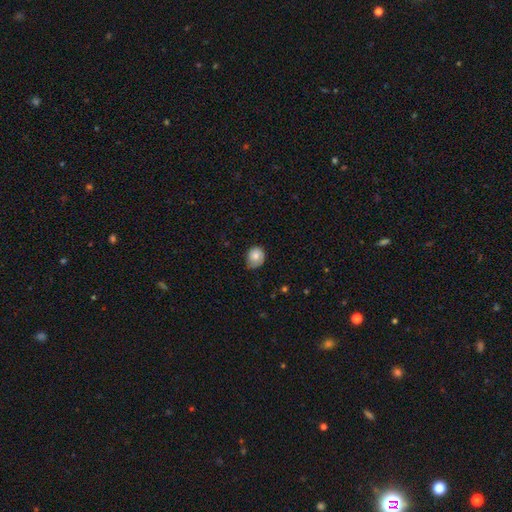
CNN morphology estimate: This is likely a smooth galaxy (73%). How rounded: likely round (66%). Merging: possibly none (55%).